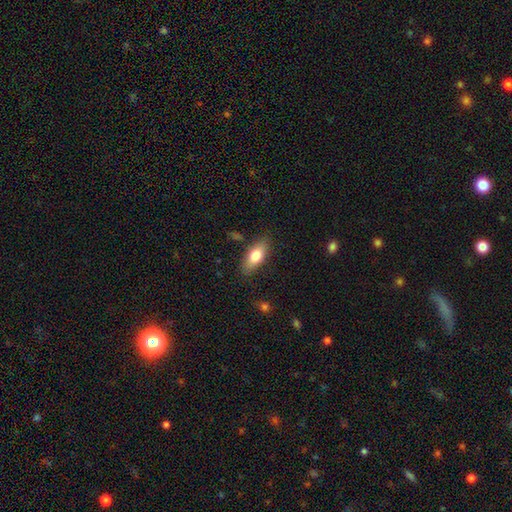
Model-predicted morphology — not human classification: Smooth or featured? Predicted: smooth (p=0.75). How rounded? Predicted: in between (p=0.80). Merging? Predicted: none (p=0.82).